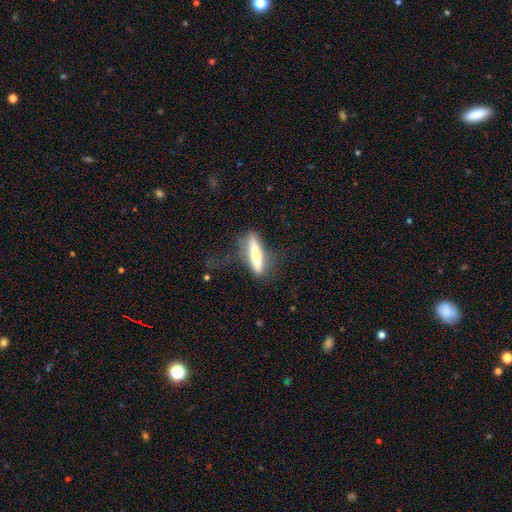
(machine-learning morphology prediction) Smooth or featured: smooth — 62% (featured or disk — 32%)
How rounded: cigar-shaped — 87% (in between — 12%)
Merging: none — 64% (minor disturbance — 20%)